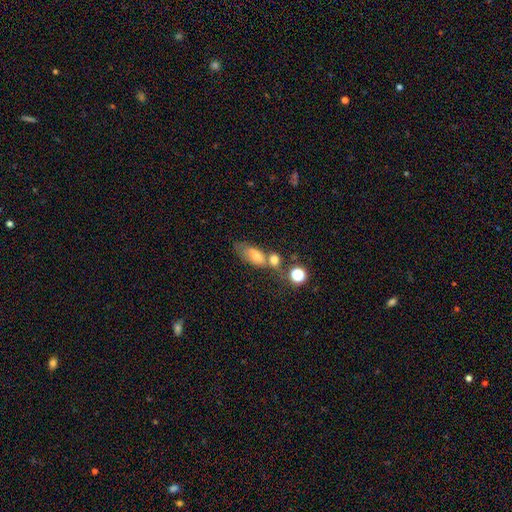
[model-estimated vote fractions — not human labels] A smooth galaxy with no disk features (66%) that is in between round and cigar-shaped (79%). Merging: merger (42%).